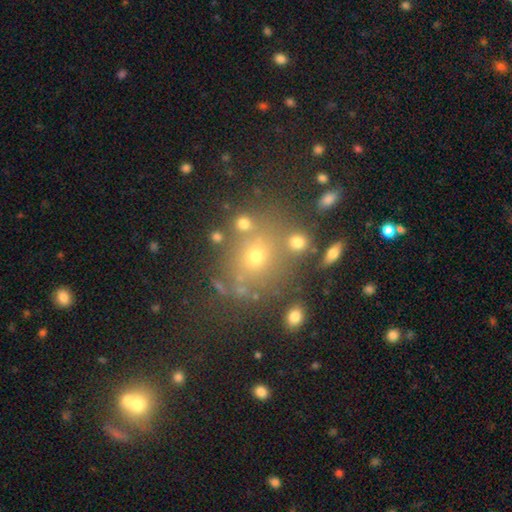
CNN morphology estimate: A smooth galaxy with no disk features (51%) that is round (72%). Merging: none (68%).